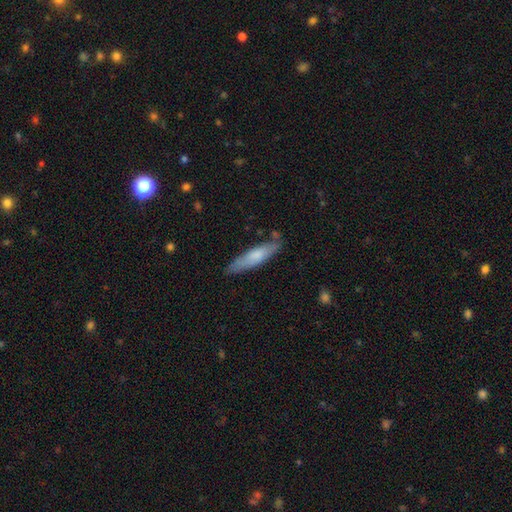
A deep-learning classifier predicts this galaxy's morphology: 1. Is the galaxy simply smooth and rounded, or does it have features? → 68% smooth, 27% featured or disk, 6% star or artifact.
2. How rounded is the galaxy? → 74% cigar-shaped, 24% in between, 1% round.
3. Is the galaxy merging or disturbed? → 77% none, 17% minor disturbance, 3% major disturbance, 3% merger.